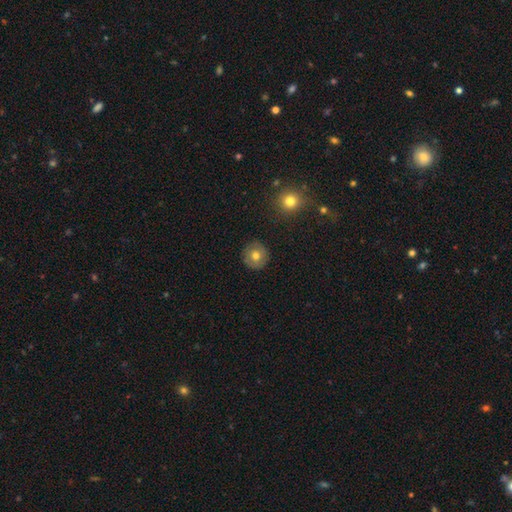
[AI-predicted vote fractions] smooth_or_featured: smooth (p=0.67) [alt: featured or disk p=0.25]
how_rounded: round (p=0.94) [alt: in between p=0.05]
merging: none (p=0.89) [alt: minor disturbance p=0.08]